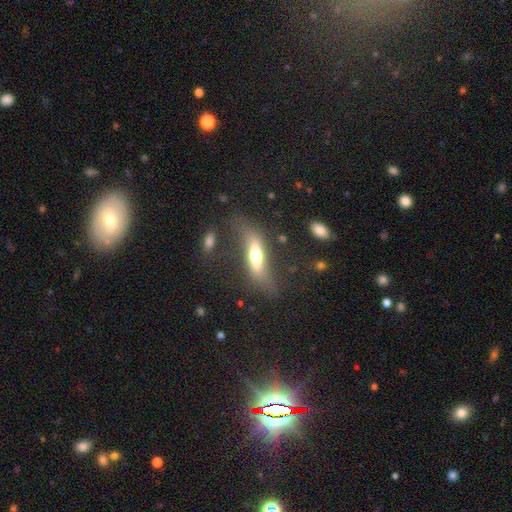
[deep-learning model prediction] smooth_or_featured: featured or disk (p=0.49) [alt: smooth p=0.44]
merging: none (p=0.59) [alt: minor disturbance p=0.20]